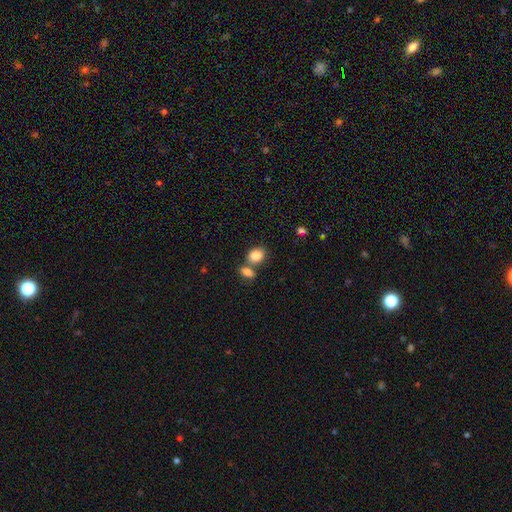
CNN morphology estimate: Q: Smooth or featured?
A: smooth (85%); runner-up: star or artifact (8%)
Q: How rounded?
A: in between (59%); runner-up: round (39%)
Q: Merging?
A: none (50%); runner-up: merger (37%)